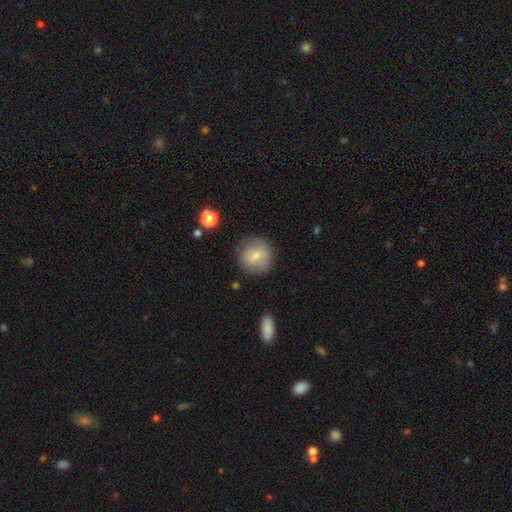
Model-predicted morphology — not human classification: Smooth or featured?
  - smooth: 74% *
  - featured or disk: 18%
  - star or artifact: 8%
How rounded?
  - round: 90% *
  - in between: 9%
  - cigar-shaped: 1%
Merging?
  - none: 80% *
  - minor disturbance: 13%
  - major disturbance: 5%
  - merger: 2%